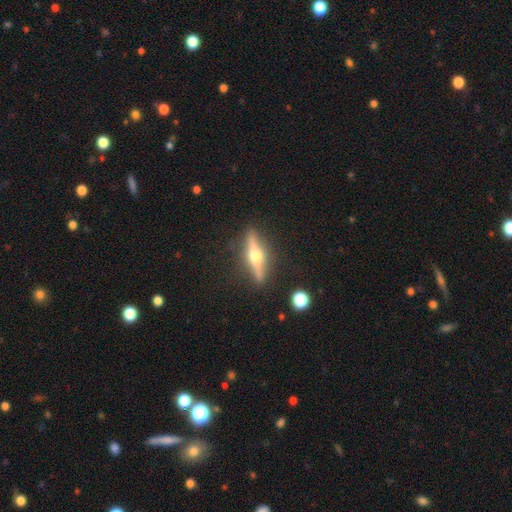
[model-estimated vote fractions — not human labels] featured or disk 74%, smooth 20%, star or artifact 6%. Down the decision tree: edge-on disk — yes (96%); edge-on bulge — rounded (95%); merging — none (87%).